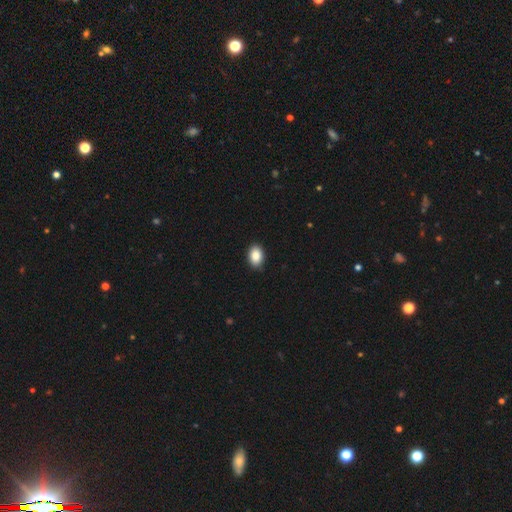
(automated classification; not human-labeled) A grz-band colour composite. It shows a smooth galaxy with no disk features (89%) that is in between round and cigar-shaped (84%). Merging: none (88%).